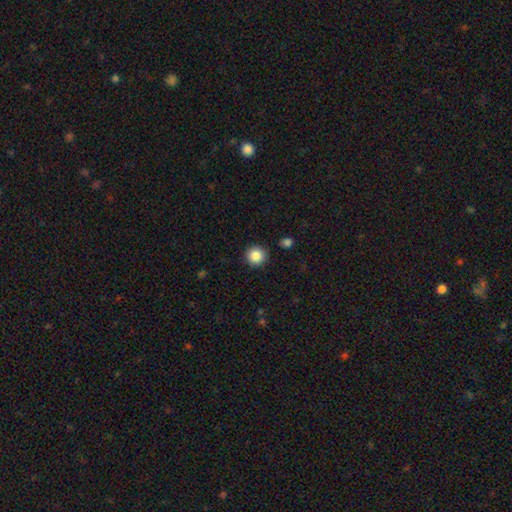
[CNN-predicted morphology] type=smooth (86%); roundness=round (95%); merging=none (89%).